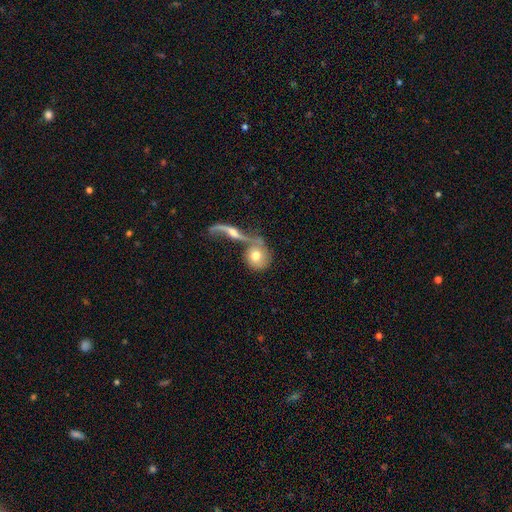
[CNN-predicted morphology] smooth 59%, featured or disk 34%, star or artifact 7%. Down the decision tree: how rounded — round (75%); merging — merger (52%).